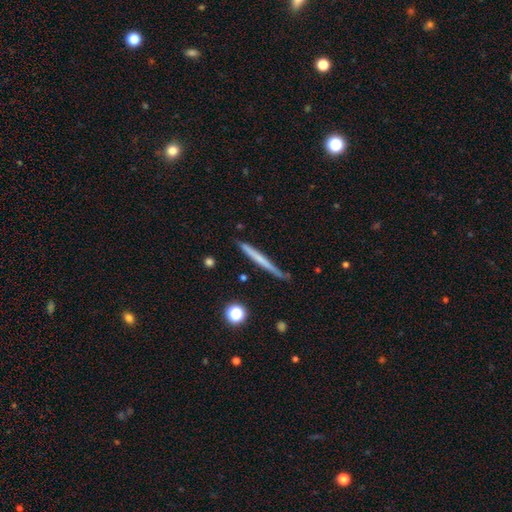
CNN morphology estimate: A smooth galaxy with no disk features (48%). Merging: none (85%).